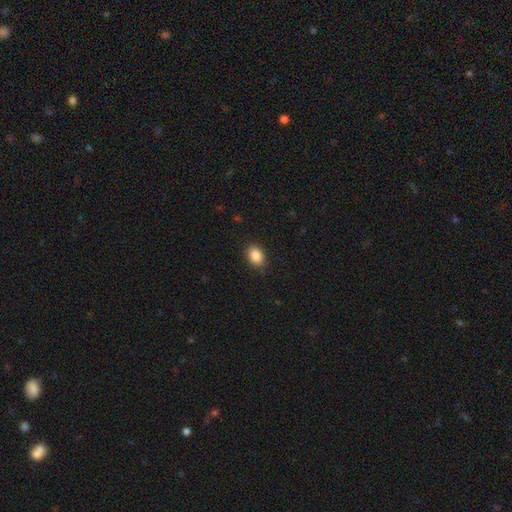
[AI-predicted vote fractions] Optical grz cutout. It shows a smooth galaxy with no disk features (87%) that is in between round and cigar-shaped (70%). Merging: none (87%).